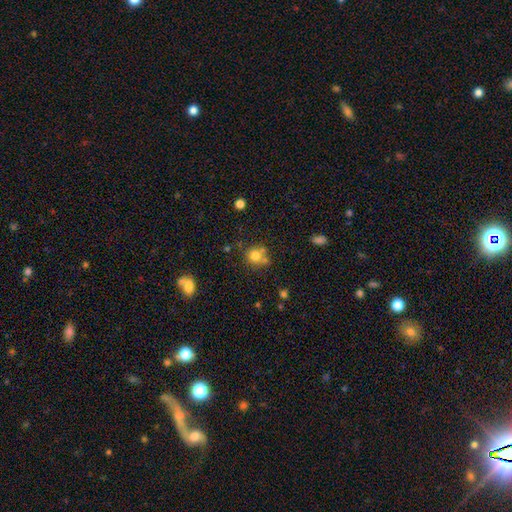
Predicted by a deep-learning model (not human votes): Morphology: type=smooth (76%); roundness=round (85%); merging=none (57%).